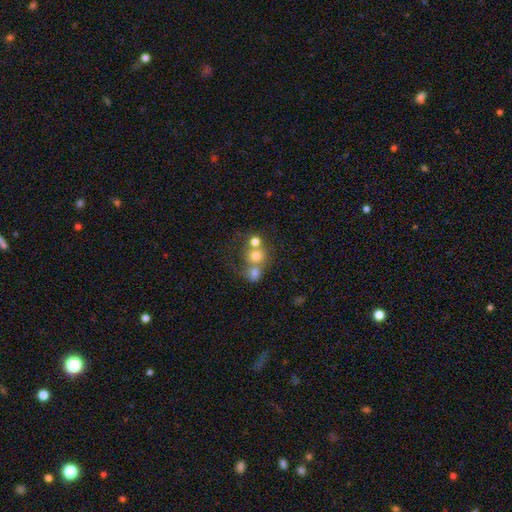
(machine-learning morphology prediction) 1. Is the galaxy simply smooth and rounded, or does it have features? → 69% smooth, 17% featured or disk, 14% star or artifact.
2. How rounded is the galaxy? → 84% round, 15% in between, 1% cigar-shaped.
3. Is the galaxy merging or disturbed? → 51% merger, 38% none, 6% minor disturbance, 5% major disturbance.